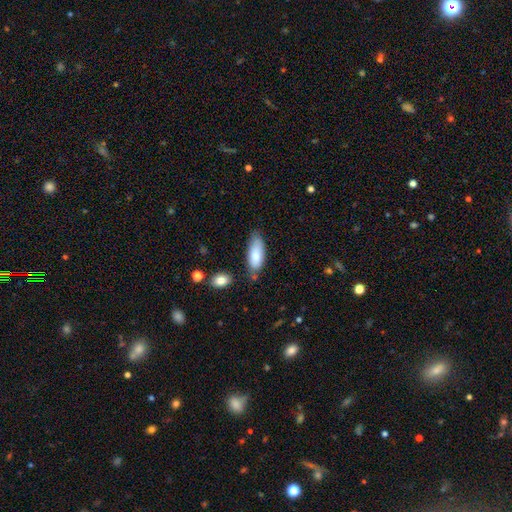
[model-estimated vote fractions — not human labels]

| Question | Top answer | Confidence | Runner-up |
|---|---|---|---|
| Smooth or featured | smooth | 78% | featured or disk (16%) |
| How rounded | in between | 79% | cigar-shaped (19%) |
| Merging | none | 62% | minor disturbance (26%) |